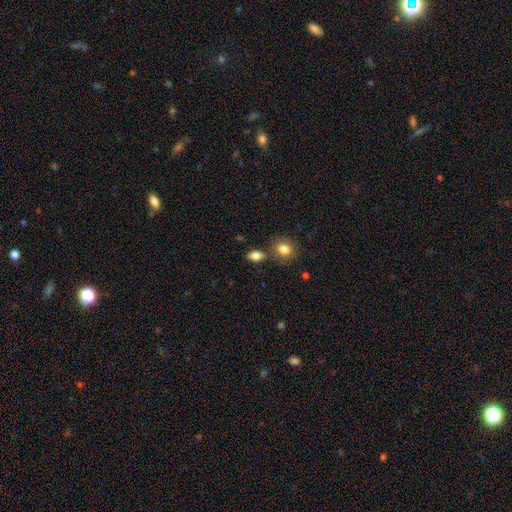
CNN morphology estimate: Smooth or featured? smooth (82%)
How rounded? in between (80%)
Merging? none (70%)